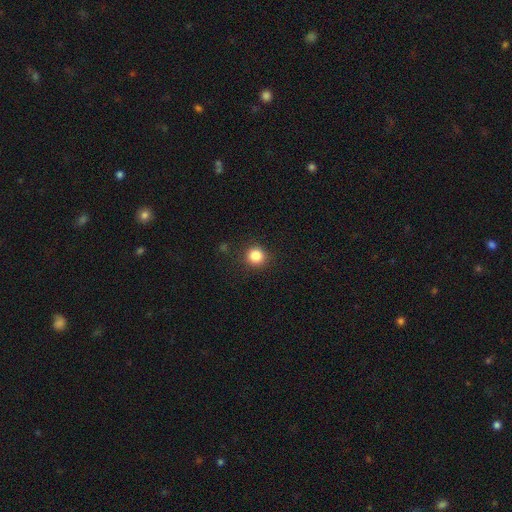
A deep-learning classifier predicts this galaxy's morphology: The model was most divided on "smooth or featured": smooth: 86%, star or artifact: 11%, featured or disk: 3%. More confident: how rounded — round (91%); merging — none (87%).